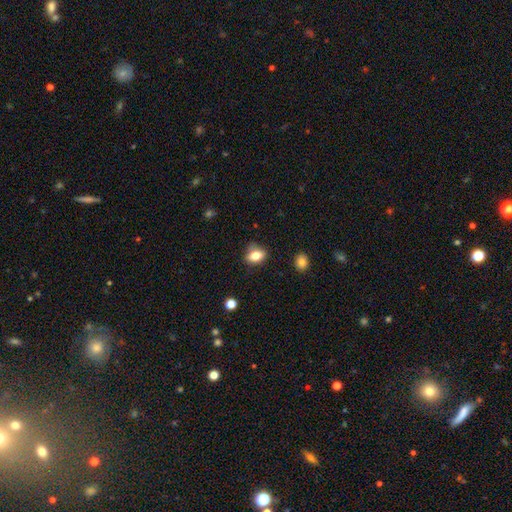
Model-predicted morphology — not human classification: smooth_or_featured: smooth (p=0.80) [alt: featured or disk p=0.10]
how_rounded: in between (p=0.72) [alt: round p=0.26]
merging: none (p=0.73) [alt: minor disturbance p=0.20]